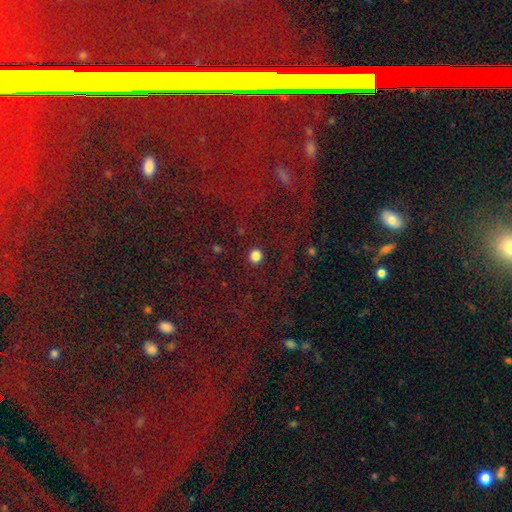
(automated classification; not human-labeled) The model was most divided on "smooth or featured": smooth: 79%, star or artifact: 16%, featured or disk: 4%. More confident: how rounded — round (93%); merging — none (91%).